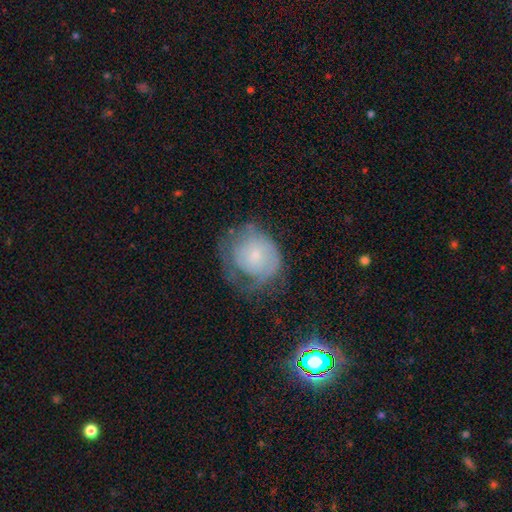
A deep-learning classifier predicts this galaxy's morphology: Q: Smooth or featured?
A: featured or disk (48%); runner-up: smooth (42%)
Q: Merging?
A: none (45%); runner-up: minor disturbance (28%)